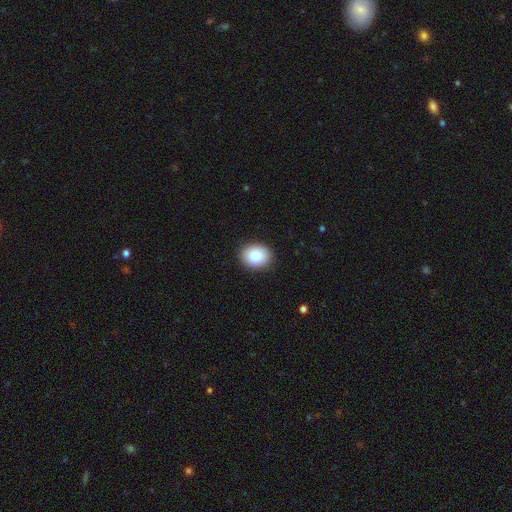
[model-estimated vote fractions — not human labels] A smooth galaxy with no disk features (88%) that is in between round and cigar-shaped (52%).

Vote fractions:
- Smooth or featured? smooth: 88% / star or artifact: 7% / featured or disk: 5%
- How rounded? in between: 52% / round: 47% / cigar-shaped: 1%
- Merging? none: 89% / minor disturbance: 8% / major disturbance: 2% / merger: 1%